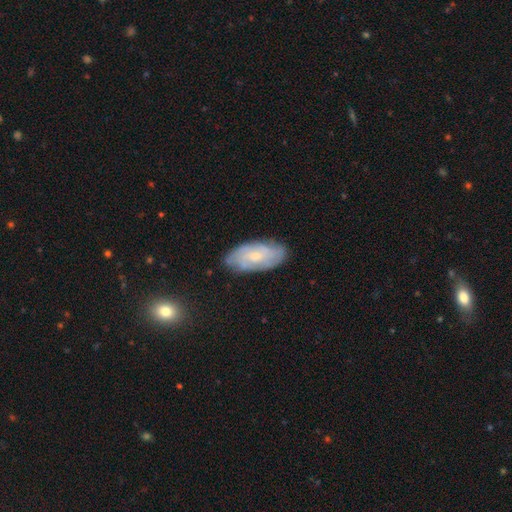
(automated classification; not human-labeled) smooth_or_featured: featured or disk (p=0.65) [alt: smooth p=0.28]
disk_edge_on: no (p=0.93) [alt: yes p=0.07]
bar: no (p=0.64) [alt: weak p=0.31]
has_spiral_arms: yes (p=0.88) [alt: no p=0.12]
spiral_winding: tight (p=0.61) [alt: medium p=0.30]
spiral_arm_count: can't tell (p=0.48) [alt: 2 p=0.22]
bulge_size: small (p=0.55) [alt: moderate p=0.35]
merging: none (p=0.78) [alt: minor disturbance p=0.17]